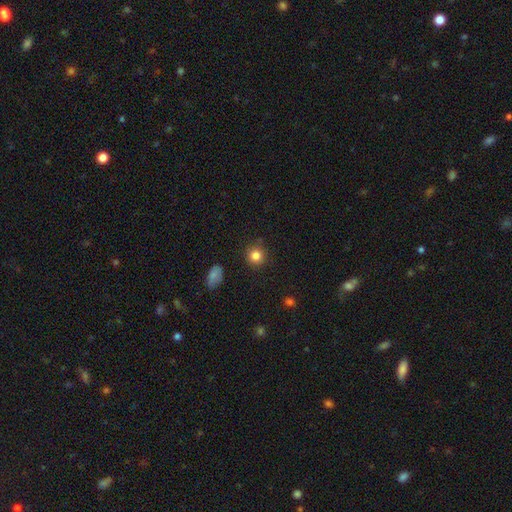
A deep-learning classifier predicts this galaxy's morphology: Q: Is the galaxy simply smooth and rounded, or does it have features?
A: smooth — 84%.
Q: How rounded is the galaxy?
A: round — 92%.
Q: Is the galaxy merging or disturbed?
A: none — 89%.